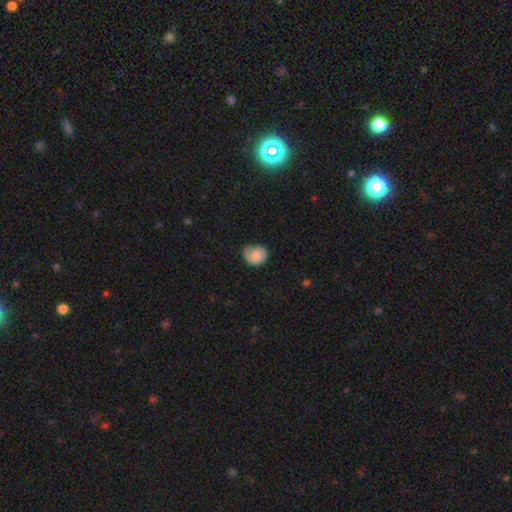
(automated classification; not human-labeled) Smooth or featured?
  - smooth: 79% *
  - featured or disk: 14%
  - star or artifact: 7%
How rounded?
  - round: 57% *
  - in between: 42%
  - cigar-shaped: 1%
Merging?
  - none: 53% *
  - minor disturbance: 36%
  - major disturbance: 9%
  - merger: 1%